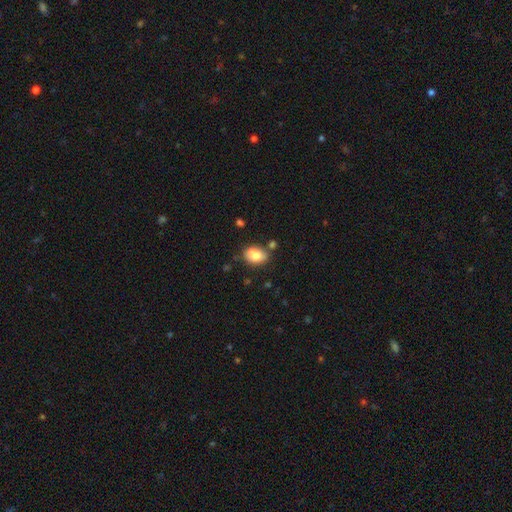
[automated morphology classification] type=smooth (74%); roundness=in between (69%); merging=none (55%).